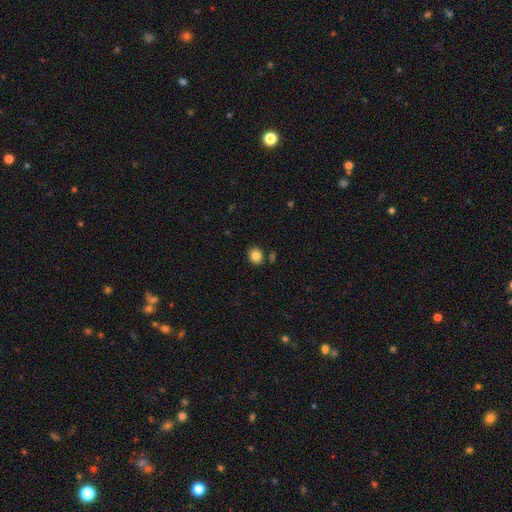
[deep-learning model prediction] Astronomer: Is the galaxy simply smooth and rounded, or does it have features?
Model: smooth — 84%.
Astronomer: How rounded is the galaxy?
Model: round — 71%.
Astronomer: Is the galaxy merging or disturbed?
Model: none — 83%.